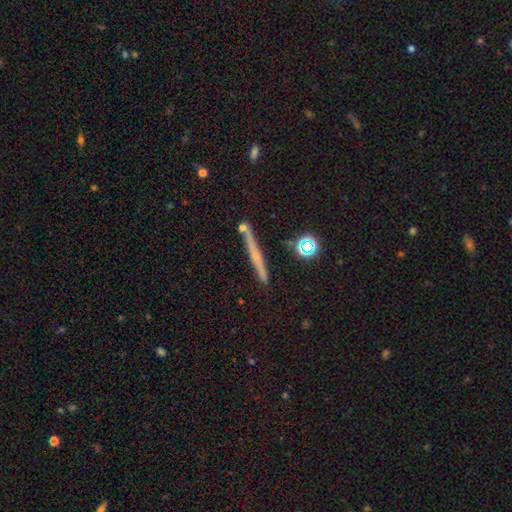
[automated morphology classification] Smooth or featured: featured or disk — 49% (smooth — 41%)
Merging: none — 86% (minor disturbance — 8%)